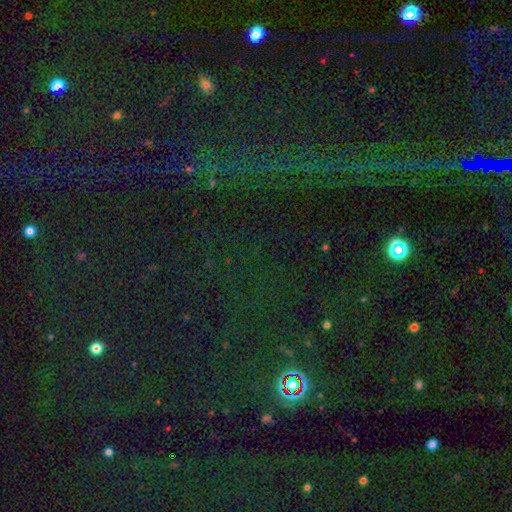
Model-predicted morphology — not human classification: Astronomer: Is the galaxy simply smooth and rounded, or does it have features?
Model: star or artifact — 82%.